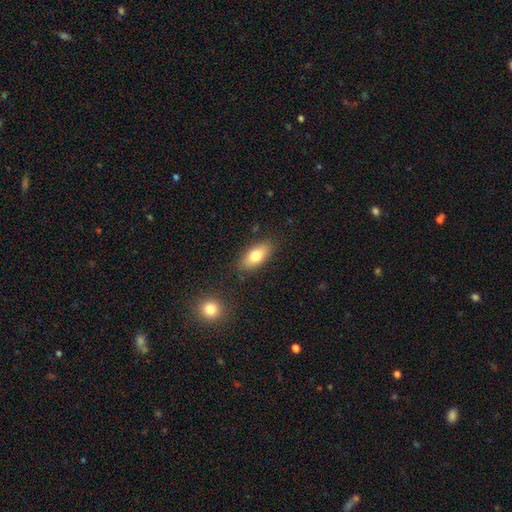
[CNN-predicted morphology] Smooth or featured? Predicted: smooth (p=0.77). How rounded? Predicted: in between (p=0.86). Merging? Predicted: none (p=0.84).